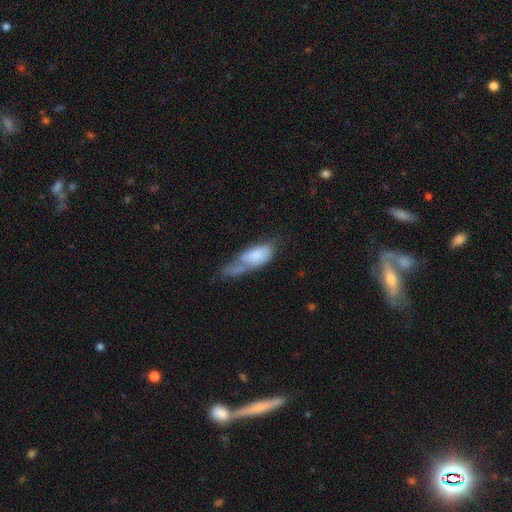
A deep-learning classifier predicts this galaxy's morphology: smooth_or_featured: smooth (p=0.74) [alt: featured or disk p=0.19]
how_rounded: in between (p=0.83) [alt: cigar-shaped p=0.14]
merging: merger (p=0.37) [alt: major disturbance p=0.21]